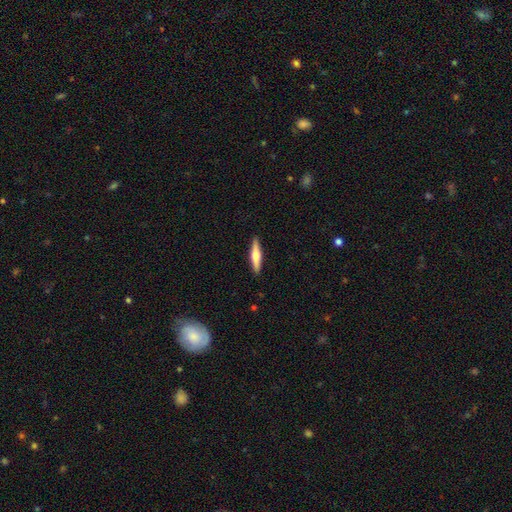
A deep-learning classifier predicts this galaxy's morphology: This appears to be a featured or disk galaxy (50%) viewed edge-on (96%). Merging: none (91%).